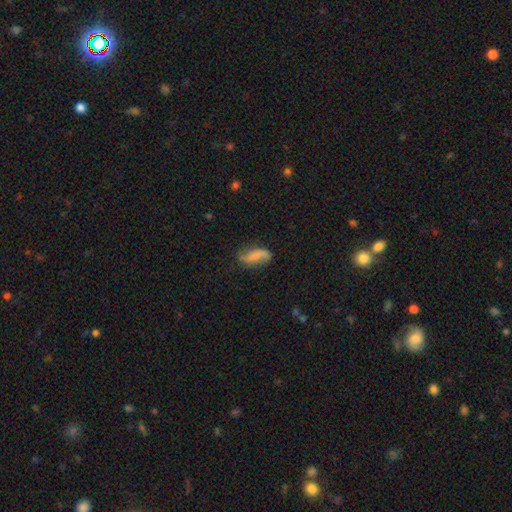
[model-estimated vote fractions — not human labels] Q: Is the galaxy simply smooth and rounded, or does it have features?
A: smooth — 47%.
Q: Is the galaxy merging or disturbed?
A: none — 63%.